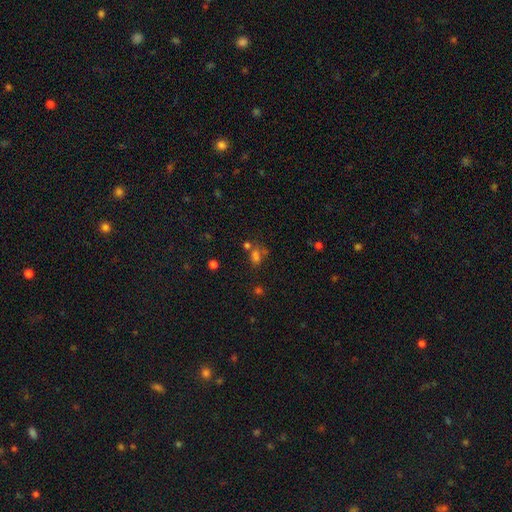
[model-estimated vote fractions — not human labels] This is possibly a smooth galaxy (60%). How rounded: likely in between (62%). Merging: marginally none (44%).